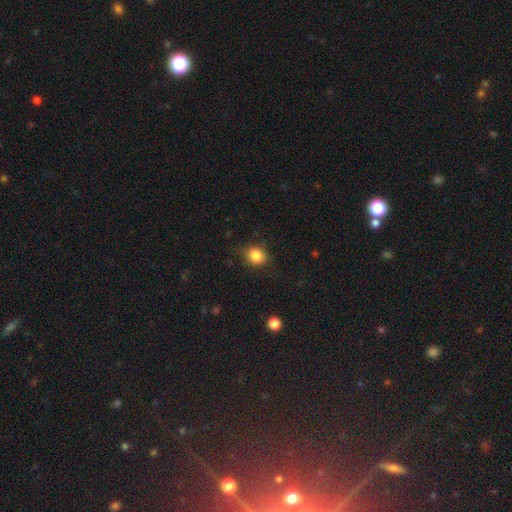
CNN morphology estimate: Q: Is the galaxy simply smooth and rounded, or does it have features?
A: smooth — 84%.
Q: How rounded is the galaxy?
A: round — 75%.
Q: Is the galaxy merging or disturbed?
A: none — 80%.